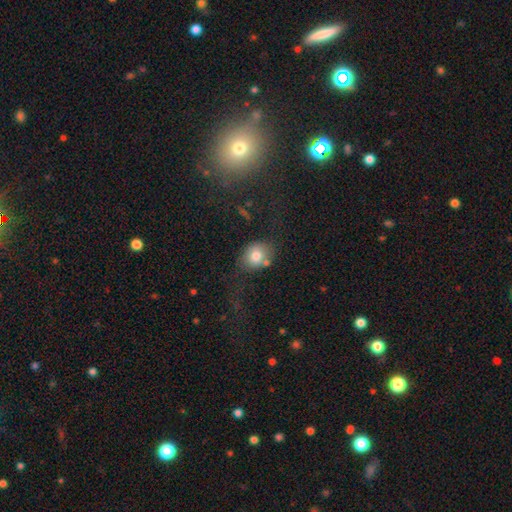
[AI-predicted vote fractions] A smooth galaxy with no disk features (77%) that is round (53%). Merging: none (57%).